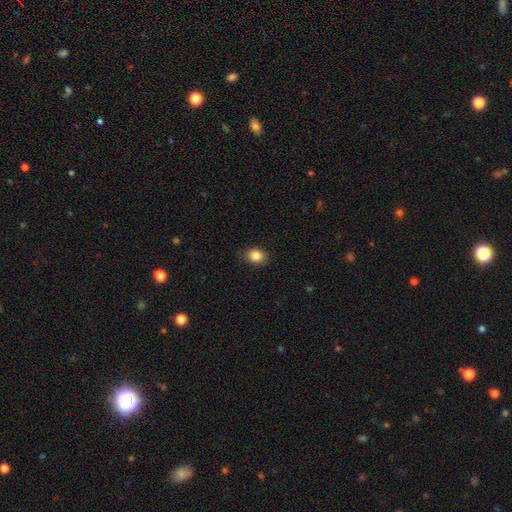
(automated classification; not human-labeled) Overall: smooth (85%). How rounded: in between (59%; round 40%). Merging: none (87%).